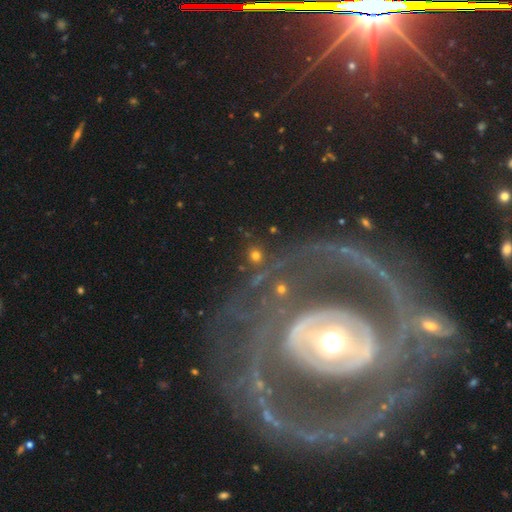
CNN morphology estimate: A smooth galaxy with no disk features (67%) that is round (88%).

Vote fractions:
- Smooth or featured? smooth: 67% / star or artifact: 20% / featured or disk: 13%
- How rounded? round: 88% / in between: 11% / cigar-shaped: 2%
- Merging? none: 82% / minor disturbance: 8% / merger: 5% / major disturbance: 4%